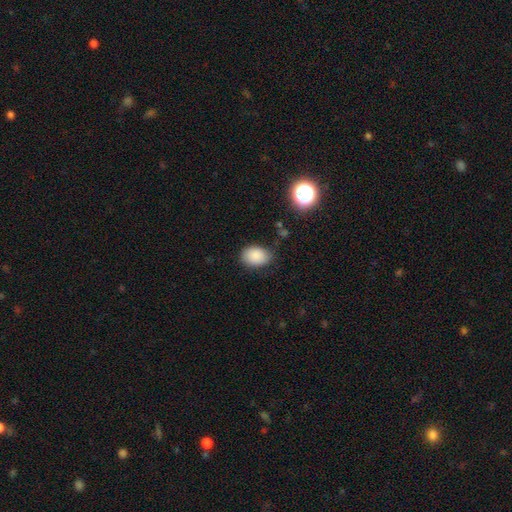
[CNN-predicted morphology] Overall: smooth (86%). How rounded: in between (76%). Merging: none (76%).